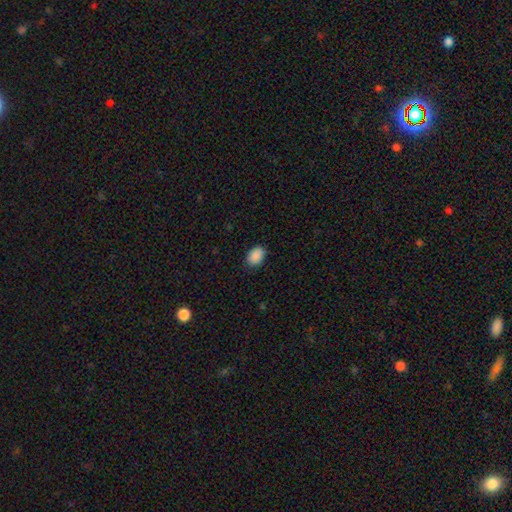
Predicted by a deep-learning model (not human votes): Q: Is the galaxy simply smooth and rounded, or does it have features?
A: smooth — 90%.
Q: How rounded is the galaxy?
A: in between — 81%.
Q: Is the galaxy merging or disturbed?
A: none — 86%.